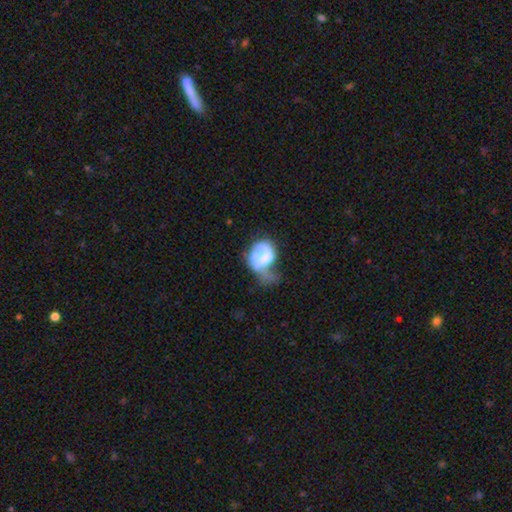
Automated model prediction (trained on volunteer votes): featured or disk 57%, smooth 34%, star or artifact 8%. Down the decision tree: edge-on disk — no (97%); bar — no (71%); spiral arms — no (57%); bulge size — moderate (39%); merging — major disturbance (46%).